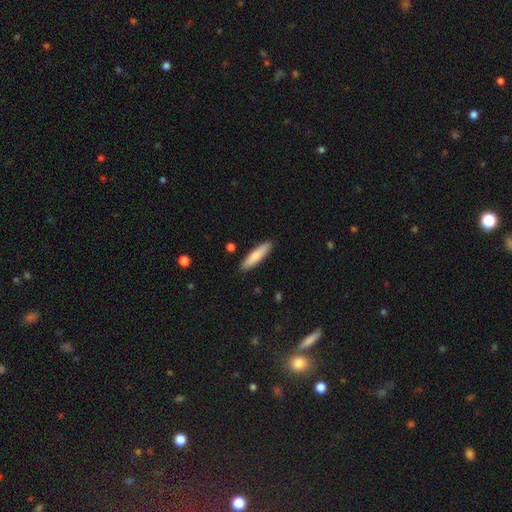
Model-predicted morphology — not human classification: Smooth or featured?
  - smooth: 78% *
  - featured or disk: 17%
  - star or artifact: 5%
How rounded?
  - cigar-shaped: 74% *
  - in between: 24%
  - round: 1%
Merging?
  - none: 89% *
  - minor disturbance: 8%
  - major disturbance: 2%
  - merger: 1%